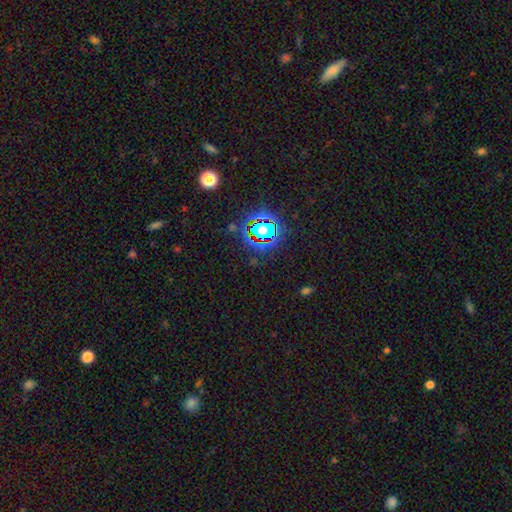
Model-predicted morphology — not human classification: Overall: star or artifact (78%).